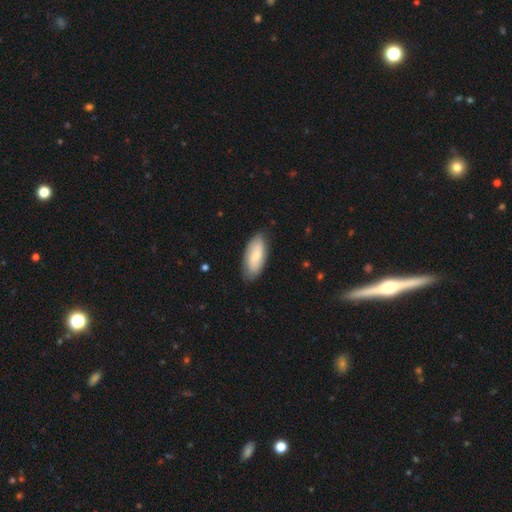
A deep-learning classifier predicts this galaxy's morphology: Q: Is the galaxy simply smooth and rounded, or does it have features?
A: smooth — 70%.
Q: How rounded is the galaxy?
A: in between — 83%.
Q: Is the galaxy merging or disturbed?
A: none — 82%.